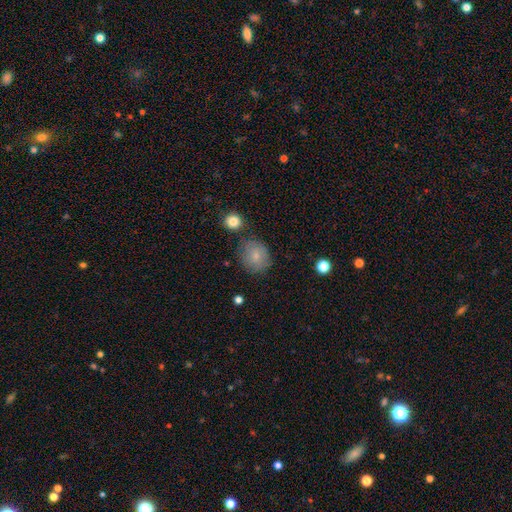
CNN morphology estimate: Smooth or featured? Predicted: smooth (p=0.80). How rounded? Predicted: round (p=0.80). Merging? Predicted: none (p=0.77).